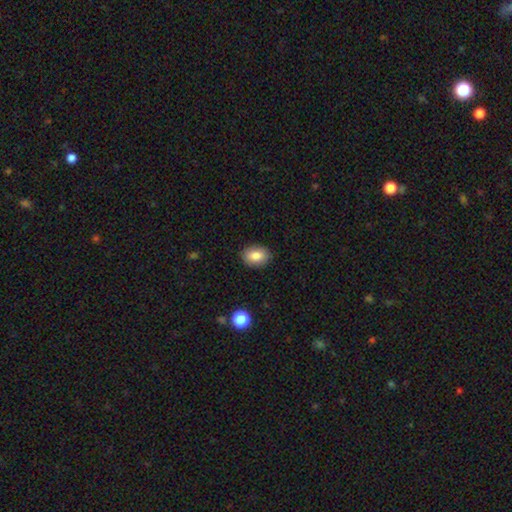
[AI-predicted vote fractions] This is clearly a smooth galaxy (84%). How rounded: likely in between (74%). Merging: clearly none (88%).